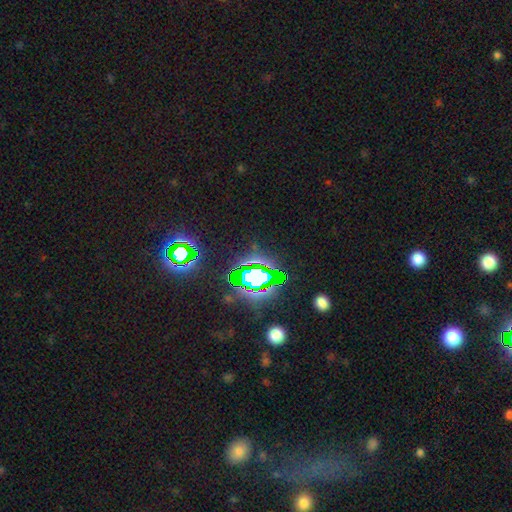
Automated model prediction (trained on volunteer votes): A star or artifact, not a galaxy (79%).

Vote fractions:
- Smooth or featured? star or artifact: 79% / smooth: 12% / featured or disk: 9%